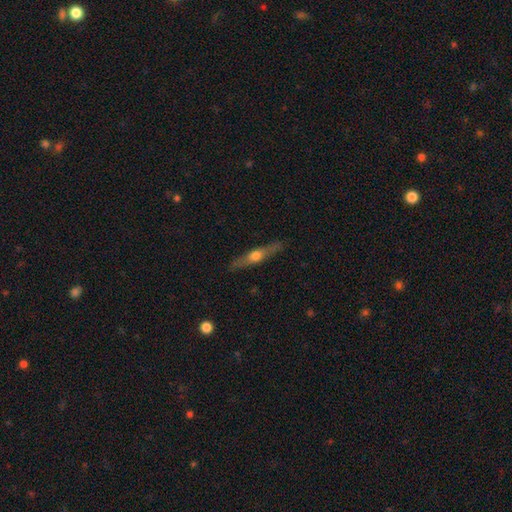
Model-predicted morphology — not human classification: Smooth or featured?
  - featured or disk: 59% *
  - smooth: 35%
  - star or artifact: 6%
Edge-on disk?
  - yes: 94% *
  - no: 6%
Edge-on bulge?
  - rounded: 93% *
  - none: 4%
  - boxy: 3%
Merging?
  - none: 87% *
  - minor disturbance: 9%
  - major disturbance: 2%
  - merger: 1%